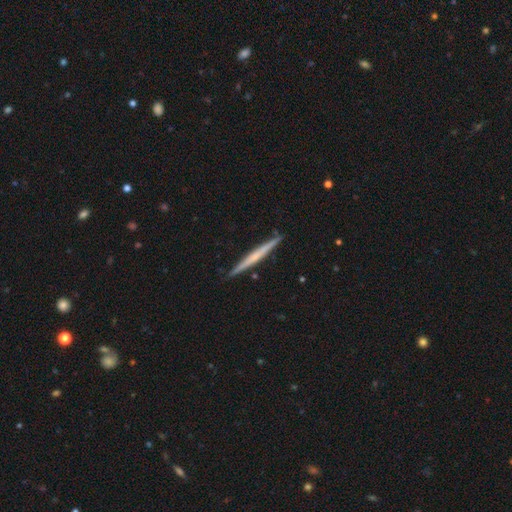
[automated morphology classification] A featured or disk galaxy (58%) viewed edge-on (98%) with no central bulge (69%). Merging: none (91%).